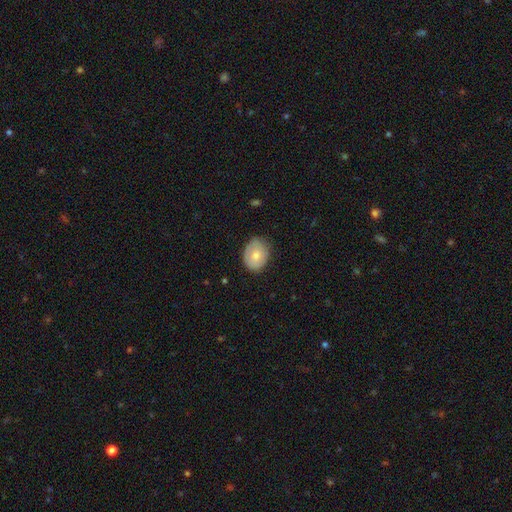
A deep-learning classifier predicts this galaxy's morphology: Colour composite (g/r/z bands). It shows a smooth galaxy with no disk features (72%) that is in between round and cigar-shaped (58%). Merging: none (73%).